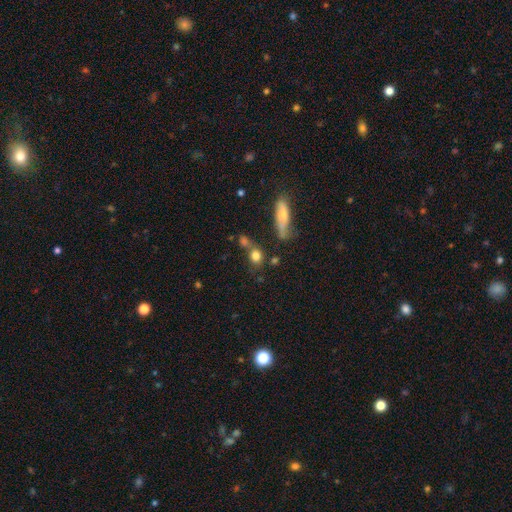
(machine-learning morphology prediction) smooth-or-featured: smooth: 79% | star or artifact: 11% | featured or disk: 10%
  how-rounded: round: 64% | in between: 29% | cigar-shaped: 7%
  merging: none: 55% | merger: 25% | minor disturbance: 13% | major disturbance: 7%